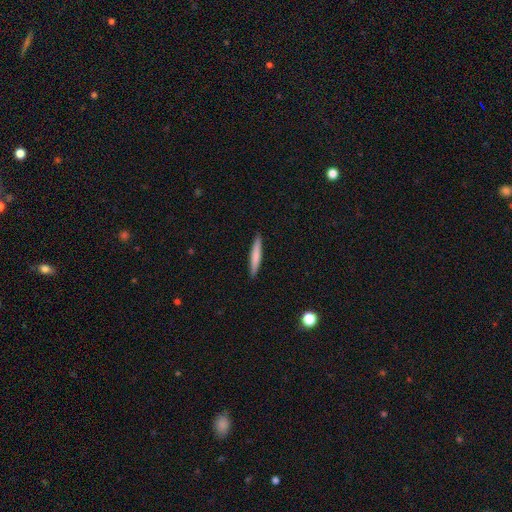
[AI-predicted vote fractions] Overall: smooth (72%). How rounded: cigar-shaped (94%). Merging: none (91%).